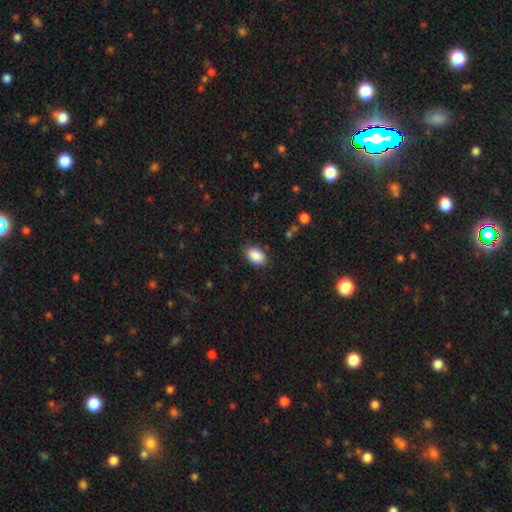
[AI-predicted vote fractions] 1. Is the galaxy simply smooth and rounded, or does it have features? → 89% smooth, 7% star or artifact, 4% featured or disk.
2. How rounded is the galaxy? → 90% in between, 8% round, 1% cigar-shaped.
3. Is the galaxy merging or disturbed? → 86% none, 10% minor disturbance, 3% major disturbance, 1% merger.